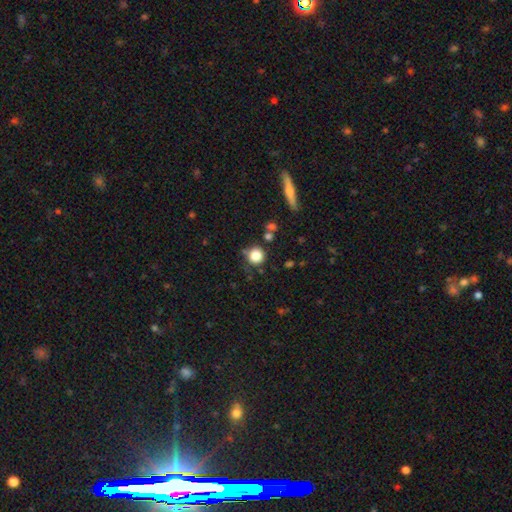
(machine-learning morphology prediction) type=smooth (84%); roundness=round (93%); merging=none (77%).